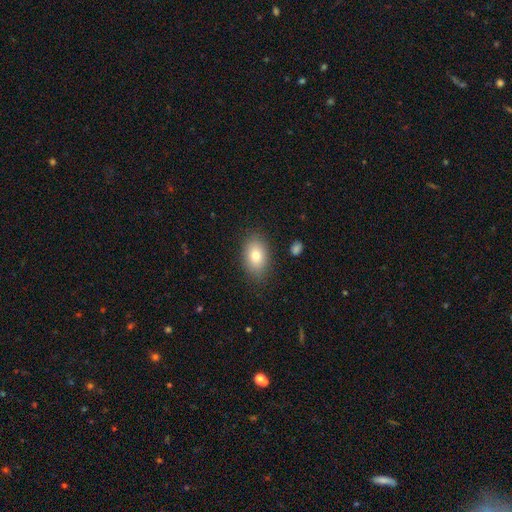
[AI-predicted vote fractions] Q: Smooth or featured?
A: smooth (78%); runner-up: featured or disk (13%)
Q: How rounded?
A: in between (87%); runner-up: round (11%)
Q: Merging?
A: none (85%); runner-up: minor disturbance (11%)